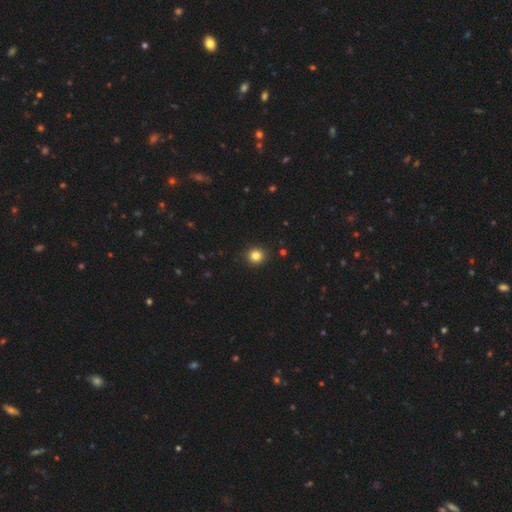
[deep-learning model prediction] smooth-or-featured: smooth: 83% | star or artifact: 12% | featured or disk: 5%
  how-rounded: round: 90% | in between: 9% | cigar-shaped: 1%
  merging: none: 92% | minor disturbance: 5% | major disturbance: 2% | merger: 1%